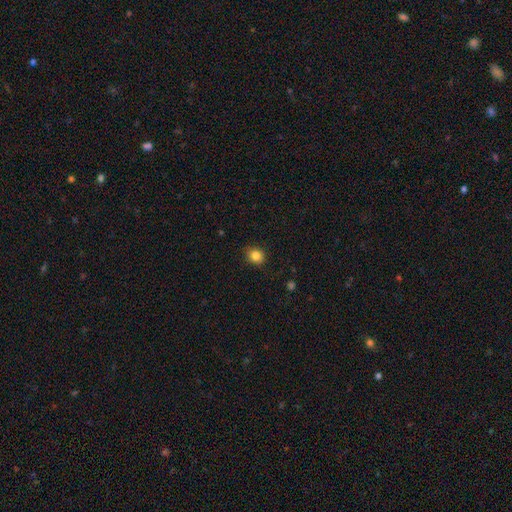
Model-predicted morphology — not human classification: smooth_or_featured: smooth (p=0.84) [alt: star or artifact p=0.10]
how_rounded: round (p=0.64) [alt: in between p=0.35]
merging: none (p=0.86) [alt: minor disturbance p=0.11]